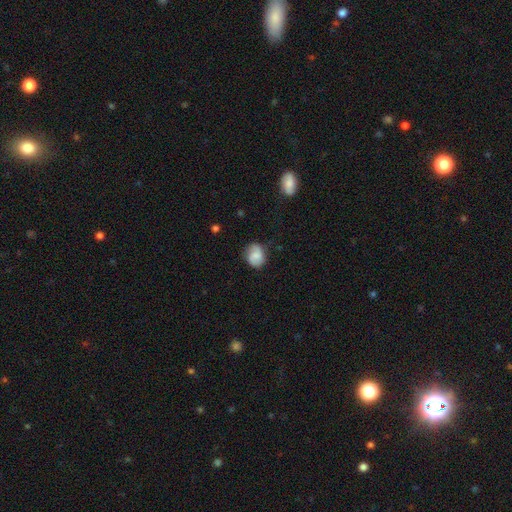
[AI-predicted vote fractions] A smooth galaxy with no disk features (68%) that is round (57%).

Vote fractions:
- Smooth or featured? smooth: 68% / featured or disk: 24% / star or artifact: 8%
- How rounded? round: 57% / in between: 42% / cigar-shaped: 1%
- Merging? none: 66% / minor disturbance: 26% / major disturbance: 7% / merger: 2%